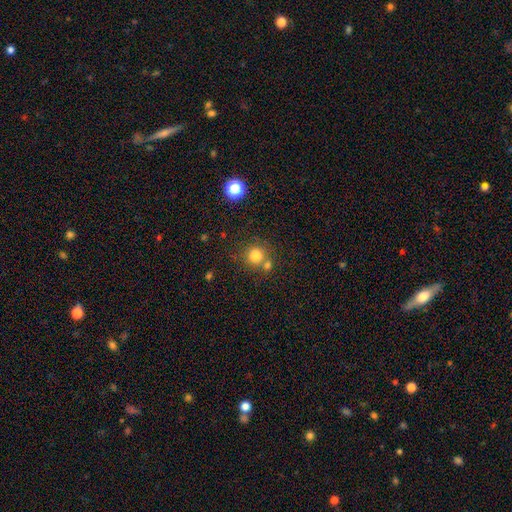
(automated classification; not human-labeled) The model was most divided on "merging": none: 63%, merger: 24%, minor disturbance: 9%, major disturbance: 4%. More confident: how rounded — round (91%); smooth or featured — smooth (79%).